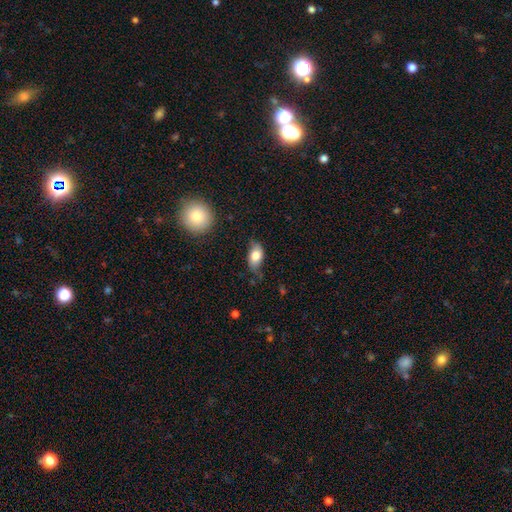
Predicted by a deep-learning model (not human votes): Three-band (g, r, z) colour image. It shows a smooth galaxy with no disk features (75%) that is in between round and cigar-shaped (88%). Merging: none (62%).